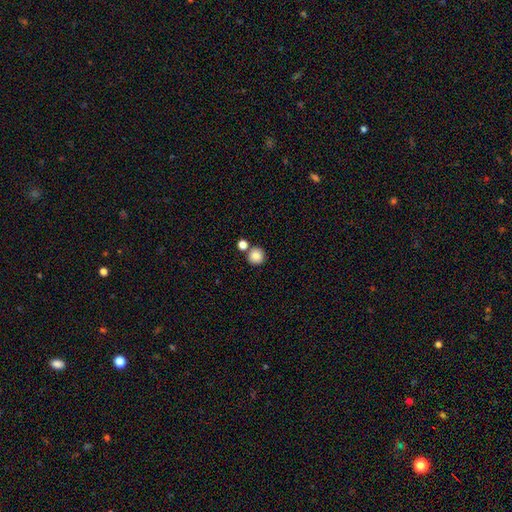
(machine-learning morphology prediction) This is clearly a smooth galaxy (85%). How rounded: clearly round (94%). Merging: likely none (76%).